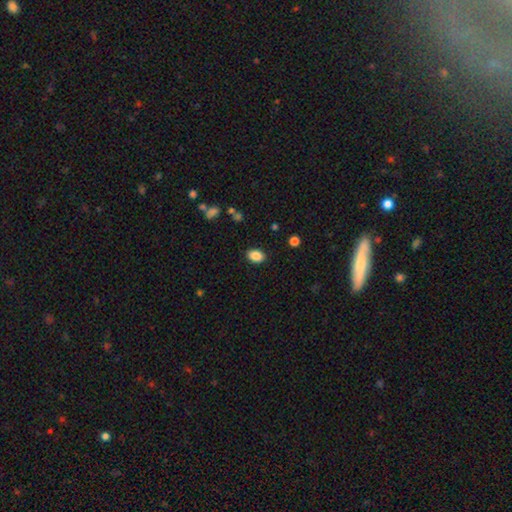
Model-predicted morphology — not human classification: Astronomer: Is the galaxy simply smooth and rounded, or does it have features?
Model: smooth — 87%.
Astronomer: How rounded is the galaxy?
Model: in between — 82%.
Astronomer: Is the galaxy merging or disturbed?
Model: none — 88%.